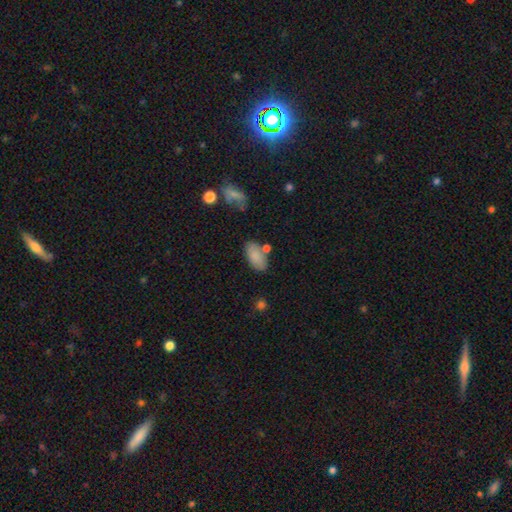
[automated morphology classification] Smooth or featured: smooth — 84% (featured or disk — 9%)
How rounded: in between — 93% (cigar-shaped — 4%)
Merging: none — 67% (minor disturbance — 16%)